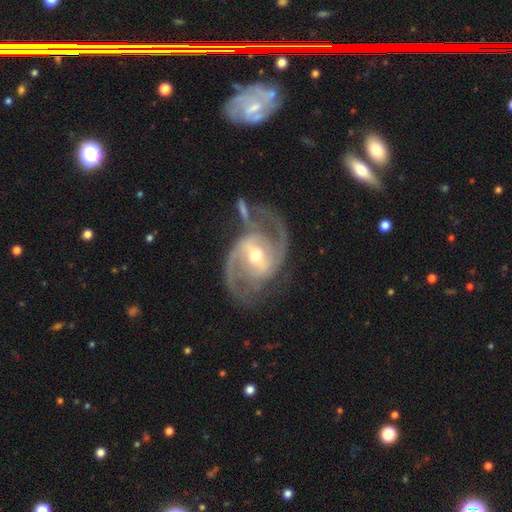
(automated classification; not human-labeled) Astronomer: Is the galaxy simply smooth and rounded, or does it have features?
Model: featured or disk — 92%.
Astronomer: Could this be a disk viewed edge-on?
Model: no — 97%.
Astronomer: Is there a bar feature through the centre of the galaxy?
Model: weak — 45% (runner-up: strong, 38%).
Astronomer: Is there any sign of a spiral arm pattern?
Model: yes — 97%.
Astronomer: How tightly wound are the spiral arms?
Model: medium — 55%.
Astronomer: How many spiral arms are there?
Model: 2 — 85%.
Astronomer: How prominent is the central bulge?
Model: moderate — 64%.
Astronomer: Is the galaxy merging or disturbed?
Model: none — 60%.